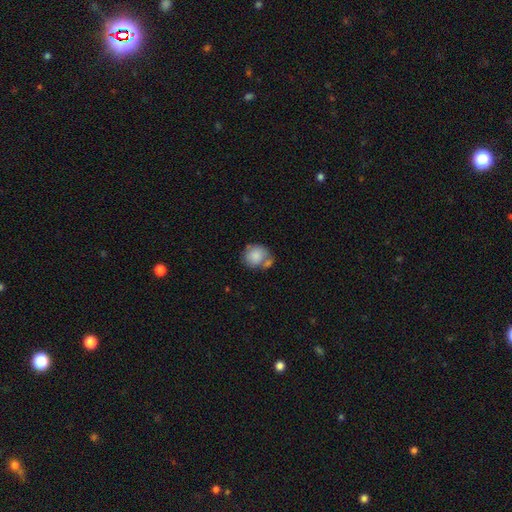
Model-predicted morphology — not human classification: smooth-or-featured: smooth: 82% | featured or disk: 11% | star or artifact: 7%
  how-rounded: round: 77% | in between: 22% | cigar-shaped: 1%
  merging: none: 46% | merger: 31% | minor disturbance: 17% | major disturbance: 6%